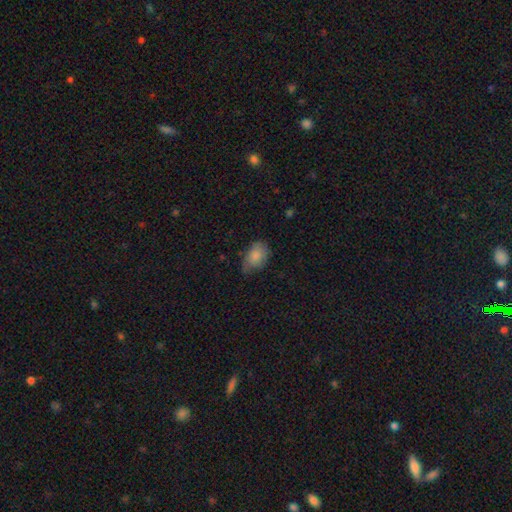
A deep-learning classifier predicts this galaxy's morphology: Smooth or featured: smooth — 82% (featured or disk — 10%)
How rounded: in between — 84% (round — 14%)
Merging: none — 51% (minor disturbance — 39%)